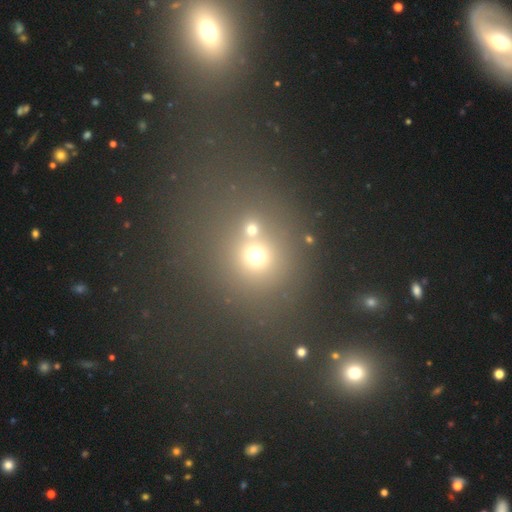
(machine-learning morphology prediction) smooth_or_featured: smooth (p=0.63) [alt: star or artifact p=0.26]
how_rounded: round (p=0.81) [alt: in between p=0.18]
merging: none (p=0.61) [alt: merger p=0.22]